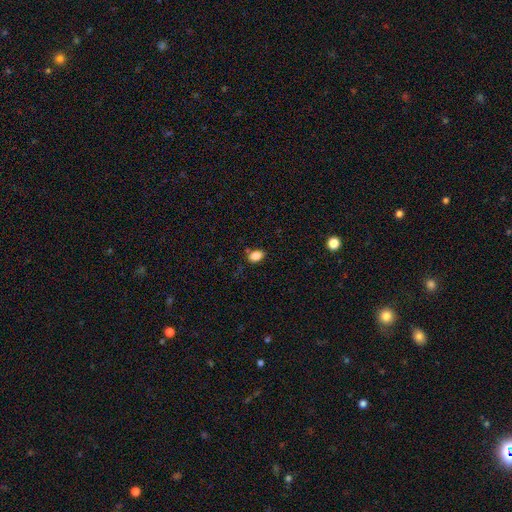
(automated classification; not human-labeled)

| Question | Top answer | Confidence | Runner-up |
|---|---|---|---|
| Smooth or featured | smooth | 85% | star or artifact (10%) |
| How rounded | in between | 80% | round (19%) |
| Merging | none | 74% | minor disturbance (15%) |